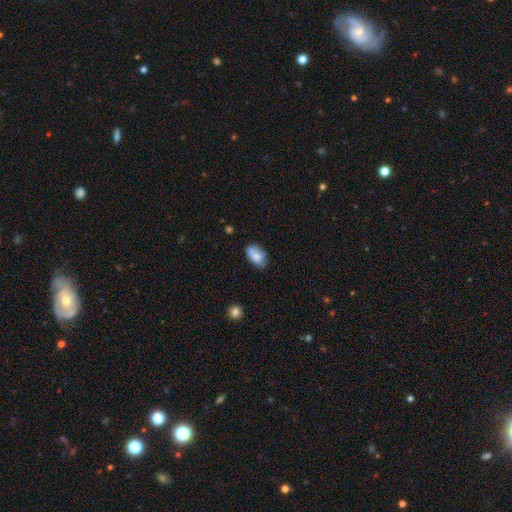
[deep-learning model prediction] Smooth or featured? Predicted: smooth (p=0.79). How rounded? Predicted: in between (p=0.90). Merging? Predicted: none (p=0.61).